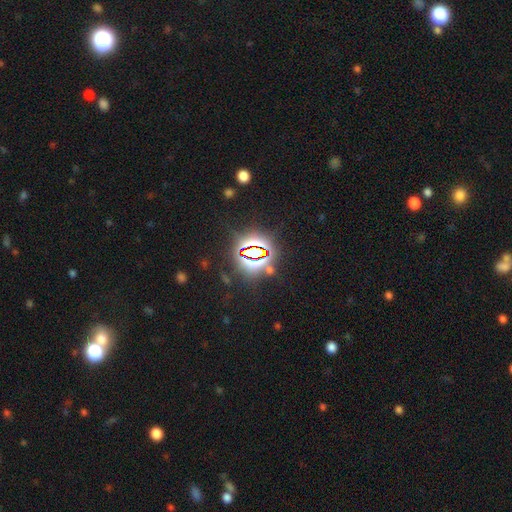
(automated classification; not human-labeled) Smooth or featured: star or artifact — 80% (smooth — 12%)